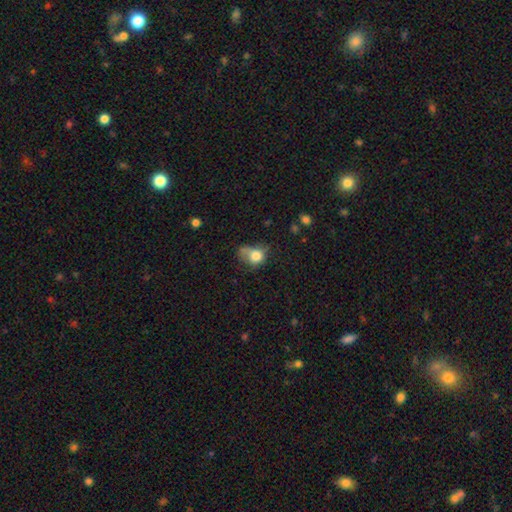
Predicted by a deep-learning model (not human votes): smooth_or_featured: smooth (p=0.75) [alt: featured or disk p=0.15]
how_rounded: round (p=0.50) [alt: in between p=0.48]
merging: major disturbance (p=0.31) [tied with: minor disturbance p=0.31]